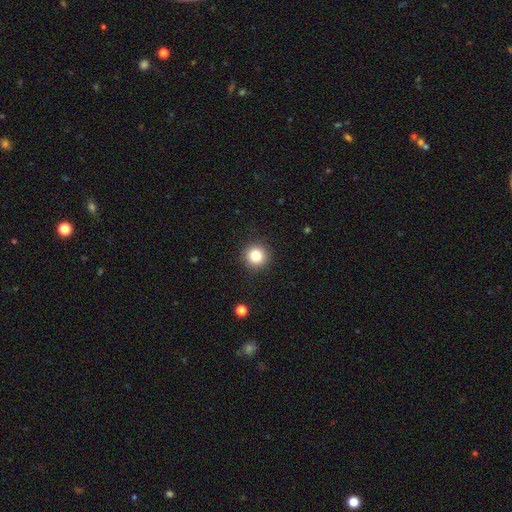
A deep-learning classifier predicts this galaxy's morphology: smooth_or_featured: smooth (p=0.82) [alt: star or artifact p=0.11]
how_rounded: round (p=0.95) [alt: in between p=0.04]
merging: none (p=0.91) [alt: minor disturbance p=0.06]